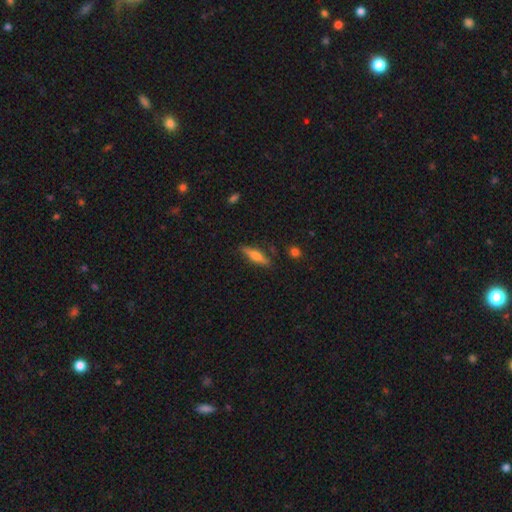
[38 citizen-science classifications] Q: Smooth or featured?
A: smooth (66%); runner-up: featured or disk (32%)
Q: How rounded?
A: cigar-shaped (72%); runner-up: in between (20%)
Q: Merging?
A: none (81%); runner-up: minor disturbance (14%)